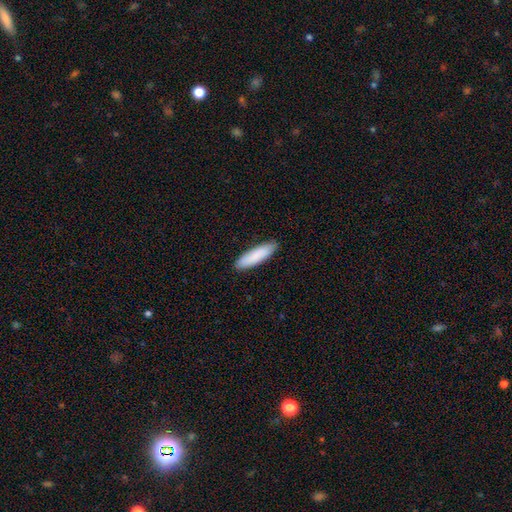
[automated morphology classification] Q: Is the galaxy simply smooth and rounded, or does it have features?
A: smooth — 88%.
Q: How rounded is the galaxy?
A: cigar-shaped — 66%.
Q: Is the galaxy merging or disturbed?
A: none — 90%.